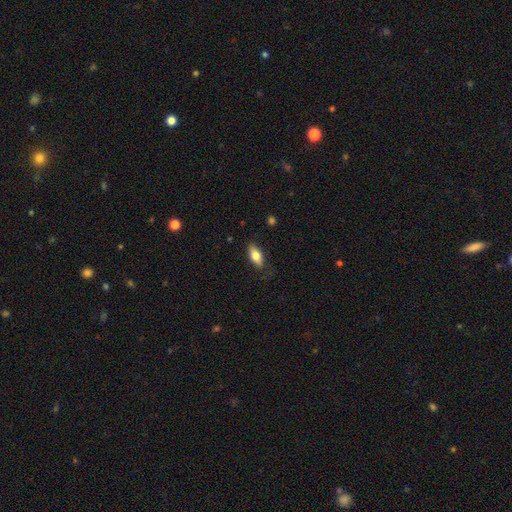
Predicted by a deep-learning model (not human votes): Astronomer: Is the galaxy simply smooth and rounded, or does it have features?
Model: smooth — 78%.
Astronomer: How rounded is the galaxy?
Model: in between — 84%.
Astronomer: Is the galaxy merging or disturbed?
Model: none — 79%.